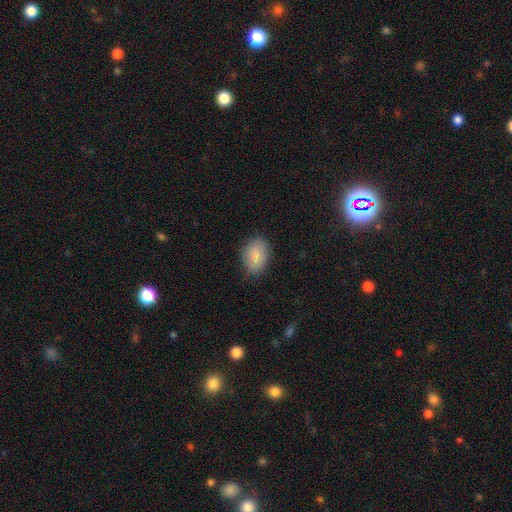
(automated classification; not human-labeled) smooth 82%, featured or disk 10%, star or artifact 7%. Down the decision tree: how rounded — in between (78%); merging — none (75%).